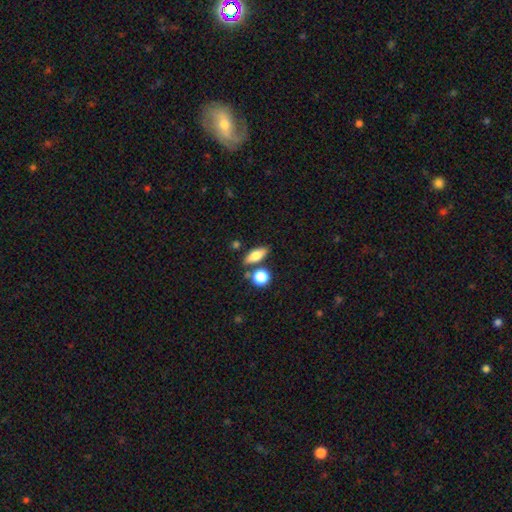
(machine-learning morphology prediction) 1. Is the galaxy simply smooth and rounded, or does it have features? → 72% smooth, 19% featured or disk, 8% star or artifact.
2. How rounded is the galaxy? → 66% in between, 24% cigar-shaped, 10% round.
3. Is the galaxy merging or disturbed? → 74% none, 11% merger, 11% minor disturbance, 3% major disturbance.